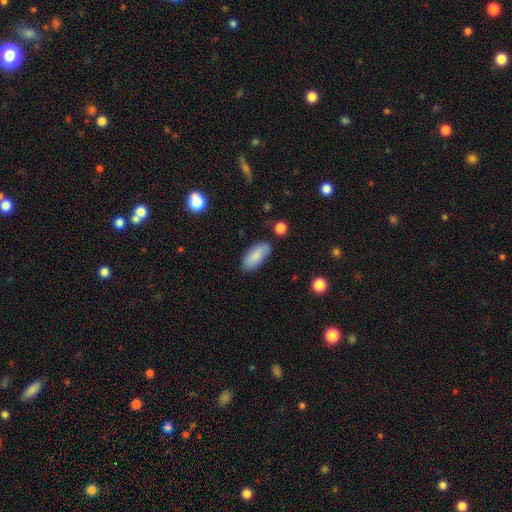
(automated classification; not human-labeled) Overall: smooth (85%). How rounded: in between (85%). Merging: none (79%).